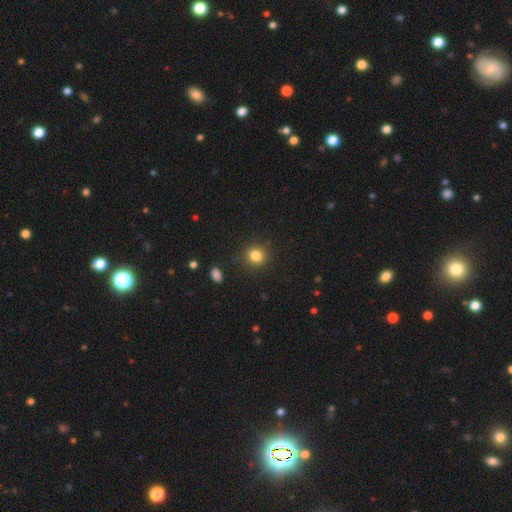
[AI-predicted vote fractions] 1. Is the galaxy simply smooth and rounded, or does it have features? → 83% smooth, 12% star or artifact, 5% featured or disk.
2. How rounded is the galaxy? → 80% round, 19% in between, 1% cigar-shaped.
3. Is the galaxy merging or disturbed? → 87% none, 8% minor disturbance, 3% major disturbance, 1% merger.